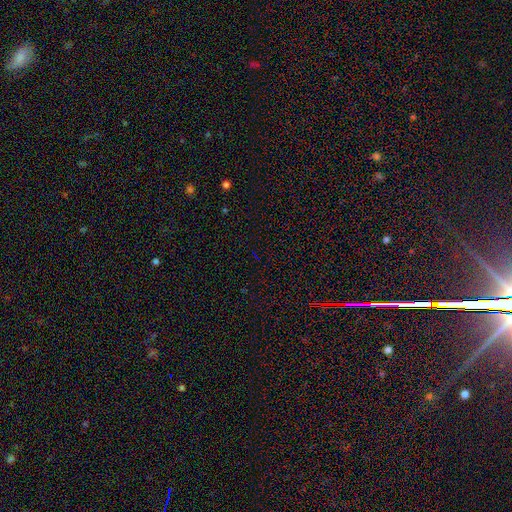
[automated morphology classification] The model was most divided on "smooth or featured": star or artifact: 73%, smooth: 20%, featured or disk: 8%.